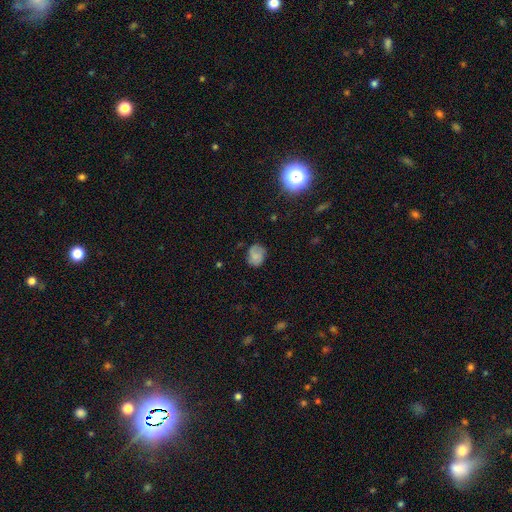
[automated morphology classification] Smooth or featured? smooth (68%)
How rounded? round (54%)
Merging? none (69%)